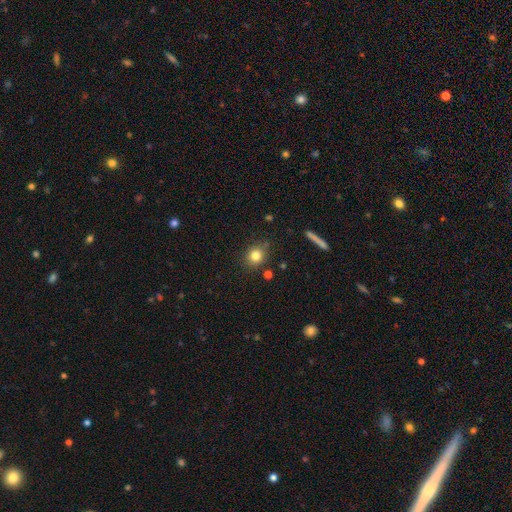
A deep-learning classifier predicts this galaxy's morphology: Overall: smooth (80%). How rounded: round (79%). Merging: none (82%).